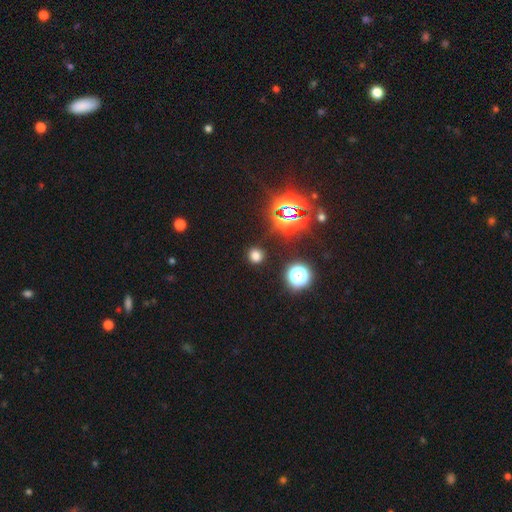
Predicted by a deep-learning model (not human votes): smooth-or-featured: smooth: 68% | star or artifact: 27% | featured or disk: 5%
  how-rounded: round: 84% | in between: 15% | cigar-shaped: 1%
  merging: none: 88% | minor disturbance: 7% | major disturbance: 3% | merger: 2%